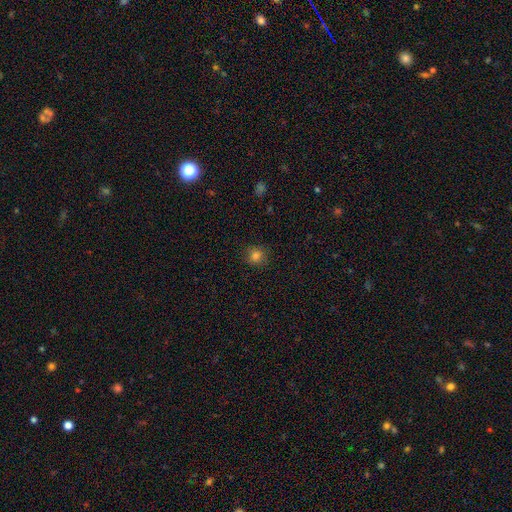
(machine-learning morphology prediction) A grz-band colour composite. It shows a smooth galaxy with no disk features (82%) that is round (88%). Merging: none (88%).